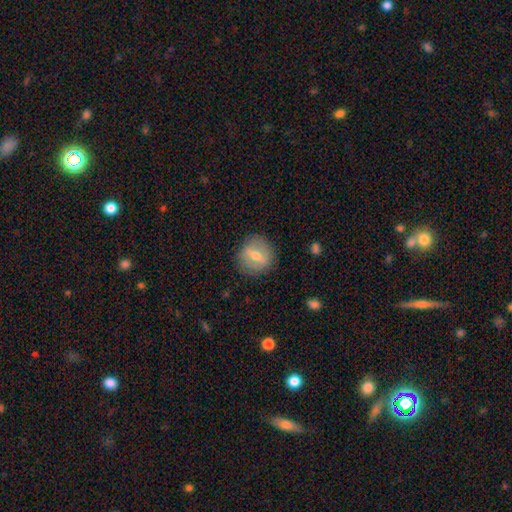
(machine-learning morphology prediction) Q: Smooth or featured?
A: smooth (51%); runner-up: featured or disk (41%)
Q: How rounded?
A: round (86%); runner-up: in between (13%)
Q: Merging?
A: none (85%); runner-up: minor disturbance (10%)